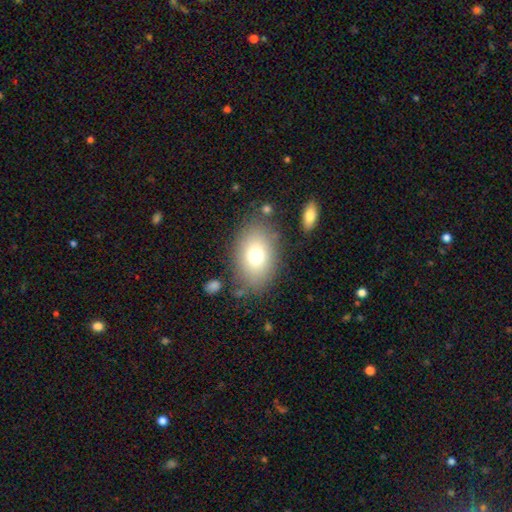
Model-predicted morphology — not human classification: Q: Smooth or featured?
A: smooth (73%); runner-up: featured or disk (16%)
Q: How rounded?
A: in between (79%); runner-up: round (20%)
Q: Merging?
A: none (79%); runner-up: minor disturbance (12%)